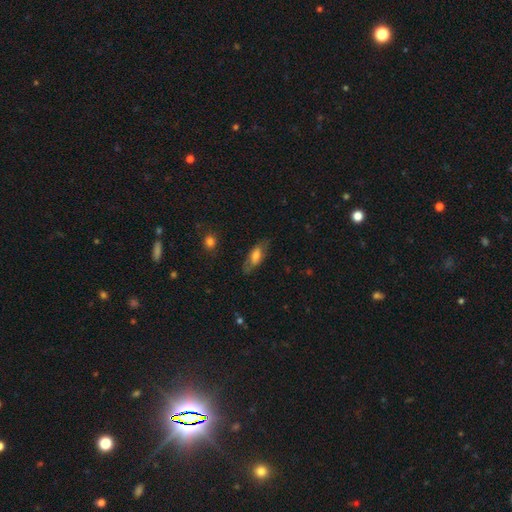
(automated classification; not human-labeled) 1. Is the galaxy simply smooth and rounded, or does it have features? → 58% smooth, 34% featured or disk, 8% star or artifact.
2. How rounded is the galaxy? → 76% in between, 21% cigar-shaped, 3% round.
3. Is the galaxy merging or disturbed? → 71% none, 19% minor disturbance, 8% major disturbance, 2% merger.